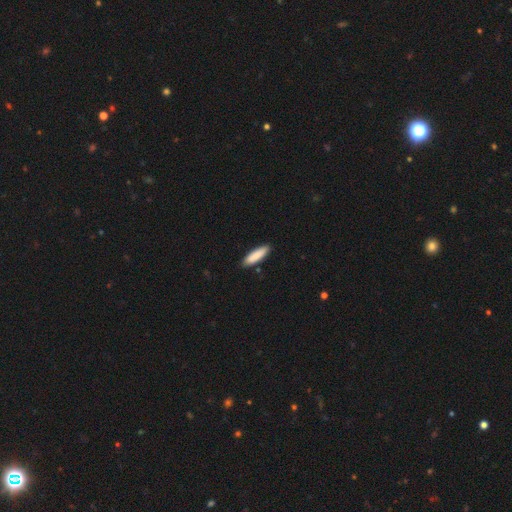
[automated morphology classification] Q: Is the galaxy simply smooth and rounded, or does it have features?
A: smooth — 87%.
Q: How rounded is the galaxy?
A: cigar-shaped — 64%.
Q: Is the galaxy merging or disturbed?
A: none — 88%.